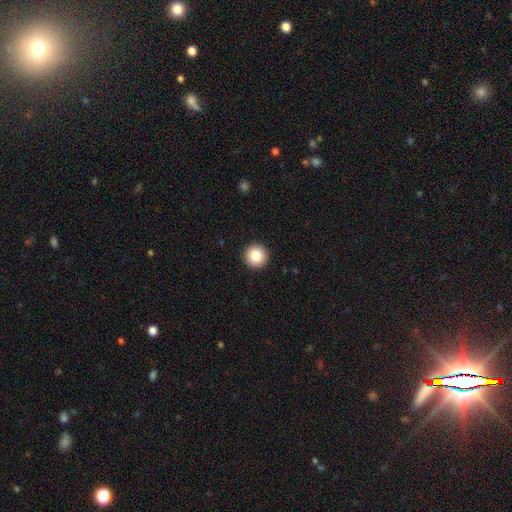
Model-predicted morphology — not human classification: Smooth or featured? Predicted: smooth (p=0.85). How rounded? Predicted: round (p=0.96). Merging? Predicted: none (p=0.93).